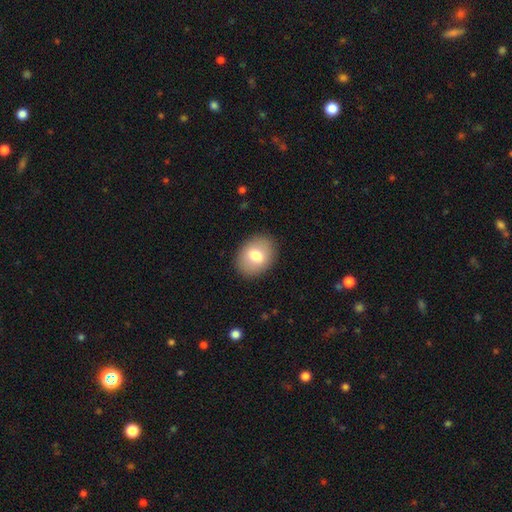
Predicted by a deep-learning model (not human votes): A smooth galaxy with no disk features (74%) that is in between round and cigar-shaped (59%). Merging: none (88%).